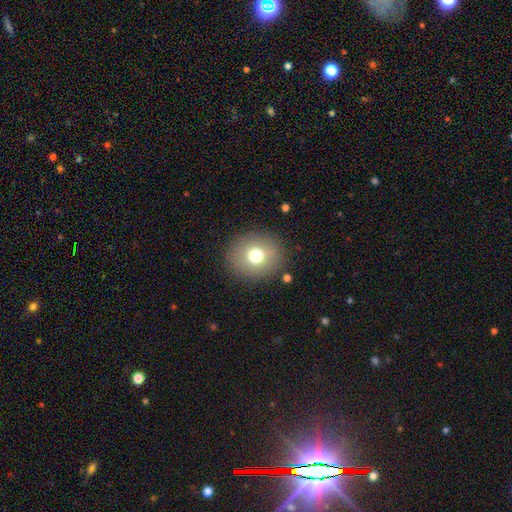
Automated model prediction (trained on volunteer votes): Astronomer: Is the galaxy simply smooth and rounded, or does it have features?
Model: smooth — 73%.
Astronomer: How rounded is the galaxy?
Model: round — 77%.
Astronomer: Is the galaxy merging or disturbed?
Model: none — 88%.